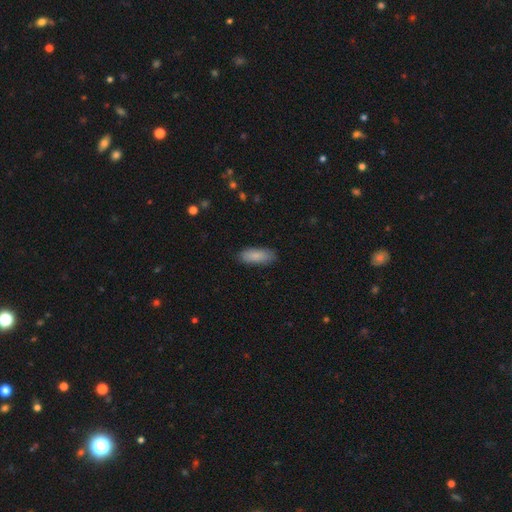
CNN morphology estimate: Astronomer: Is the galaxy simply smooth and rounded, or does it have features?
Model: smooth — 87%.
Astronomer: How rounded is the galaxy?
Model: in between — 73%.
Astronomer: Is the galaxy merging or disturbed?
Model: none — 85%.